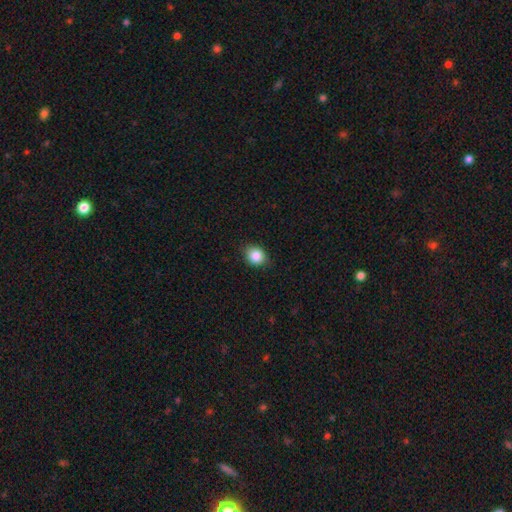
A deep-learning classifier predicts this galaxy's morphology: Smooth or featured?
  - smooth: 85% *
  - star or artifact: 9%
  - featured or disk: 5%
How rounded?
  - round: 62% *
  - in between: 37%
  - cigar-shaped: 1%
Merging?
  - none: 84% *
  - minor disturbance: 12%
  - major disturbance: 2%
  - merger: 1%